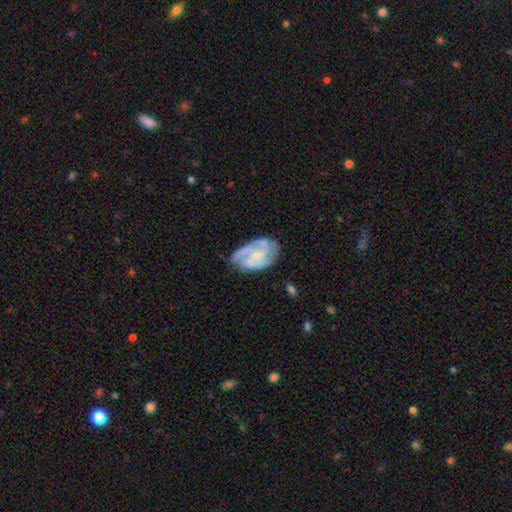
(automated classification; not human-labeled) A featured or disk galaxy (84%) with a weak bar (45%), 2 (52%) medium (49%) spiral arms (96%) and a small central bulge (59%).

Vote fractions:
- Smooth or featured? featured or disk: 84% / smooth: 11% / star or artifact: 5%
- Edge-on disk? no: 97% / yes: 3%
- Bar? weak: 45% / no: 38% / strong: 17%
- Spiral arms? yes: 96% / no: 4%
- Spiral winding? medium: 49% / tight: 38% / loose: 13%
- Spiral arm count? 2: 52% / 3: 27% / can't tell: 11% / 4: 4% / 1: 3% / more than 4: 3%
- Bulge size? small: 59% / moderate: 24% / none: 15% / large: 2% / dominant: 1%
- Merging? none: 67% / minor disturbance: 22% / major disturbance: 9% / merger: 2%